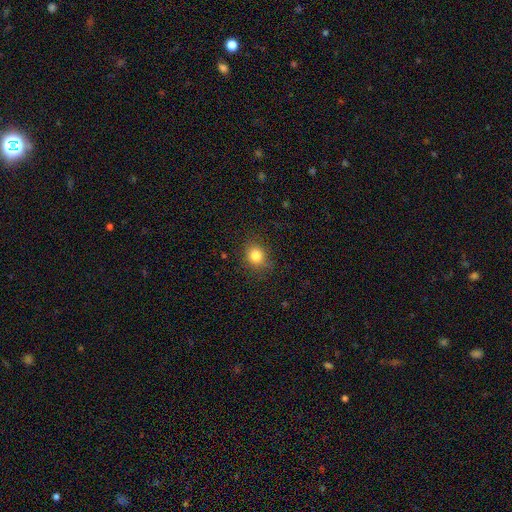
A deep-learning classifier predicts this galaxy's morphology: This appears to be a smooth galaxy with no disk features (83%) that is round (74%). Merging: none (84%).